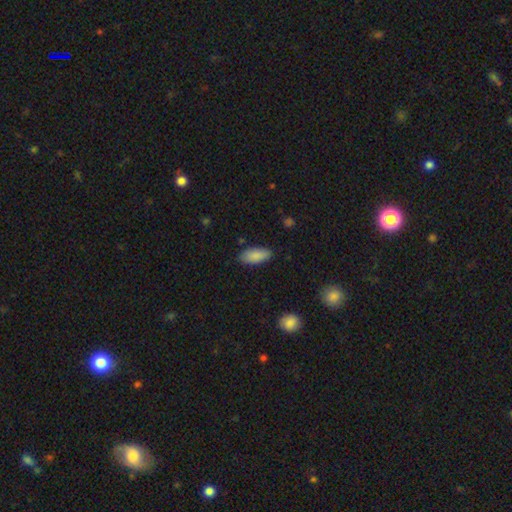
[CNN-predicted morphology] Smooth or featured? Predicted: smooth (p=0.88). How rounded? Predicted: in between (p=0.84). Merging? Predicted: none (p=0.85).